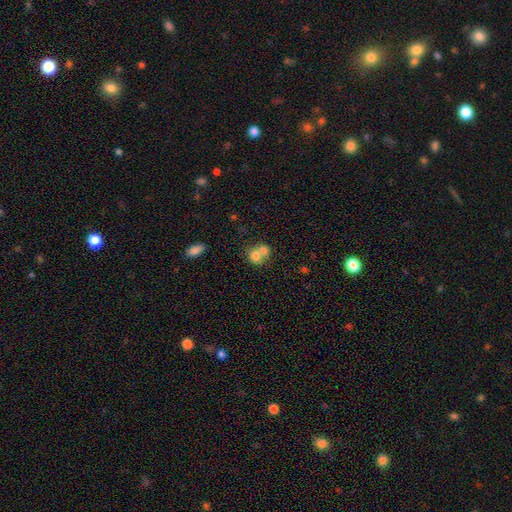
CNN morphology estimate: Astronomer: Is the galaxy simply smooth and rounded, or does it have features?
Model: smooth — 74%.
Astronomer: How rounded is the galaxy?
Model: round — 59% (runner-up: in between, 40%).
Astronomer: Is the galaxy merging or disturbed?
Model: merger — 65%.